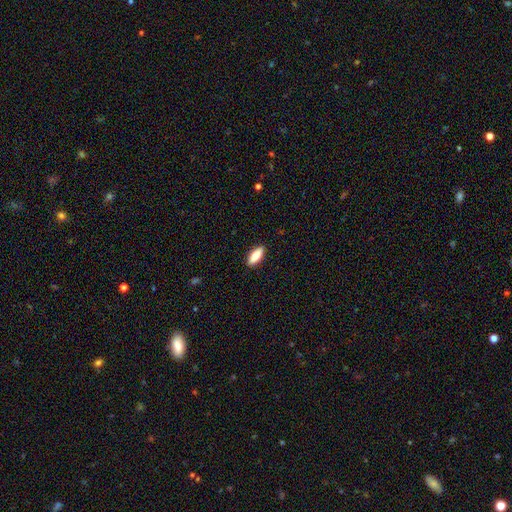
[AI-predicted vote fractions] smooth 83%, featured or disk 11%, star or artifact 6%. Down the decision tree: how rounded — in between (72%); merging — none (90%).